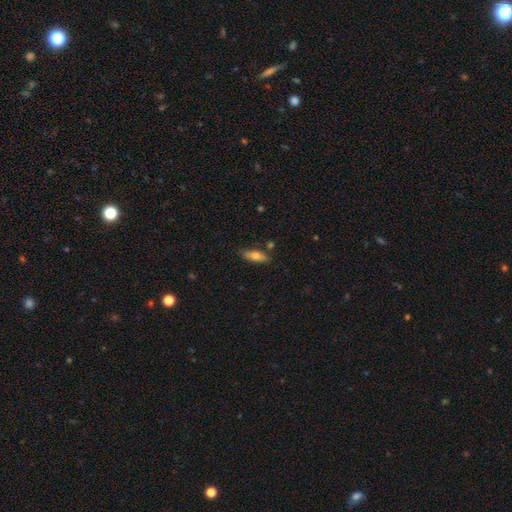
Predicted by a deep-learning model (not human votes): Morphology: type=smooth (72%); roundness=in between (59%); merging=none (81%).